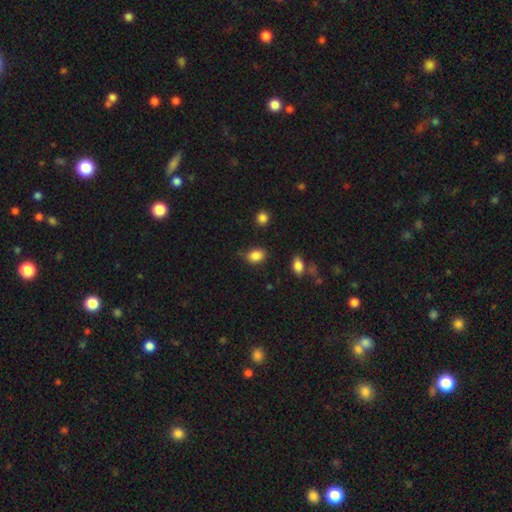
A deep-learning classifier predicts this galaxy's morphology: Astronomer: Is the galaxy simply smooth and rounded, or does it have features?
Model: smooth — 86%.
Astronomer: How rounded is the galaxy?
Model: in between — 72%.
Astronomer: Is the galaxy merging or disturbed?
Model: none — 71%.